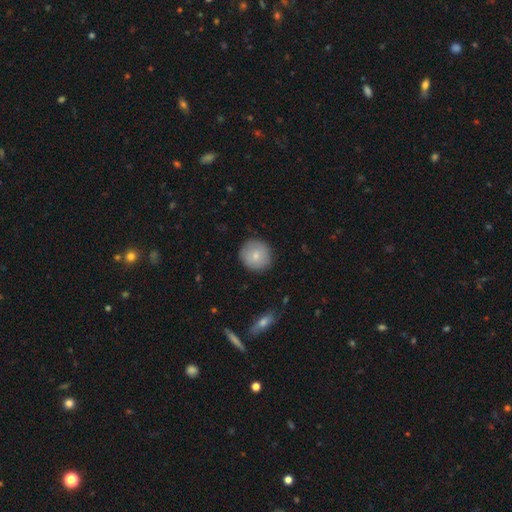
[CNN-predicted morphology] This appears to be a smooth galaxy with no disk features (78%) that is round (93%). Merging: none (86%).